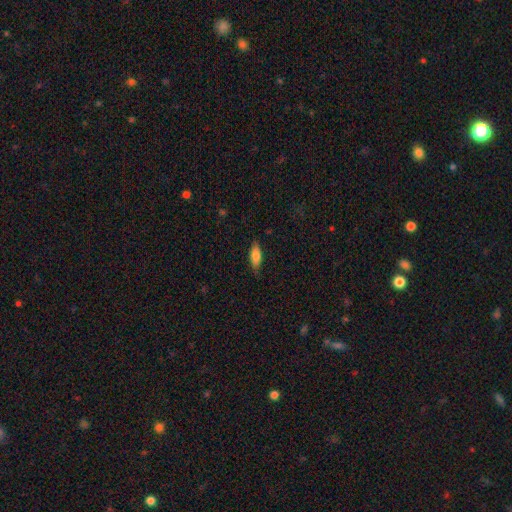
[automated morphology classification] Q: Smooth or featured?
A: smooth (80%); runner-up: featured or disk (13%)
Q: How rounded?
A: in between (69%); runner-up: cigar-shaped (29%)
Q: Merging?
A: none (80%); runner-up: minor disturbance (16%)